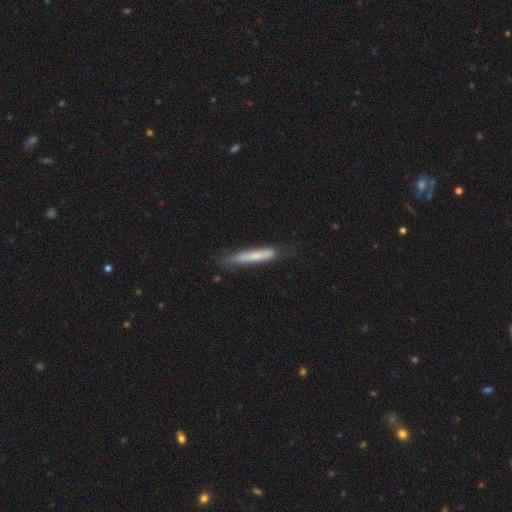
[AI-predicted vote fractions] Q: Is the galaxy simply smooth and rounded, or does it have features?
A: smooth — 67%.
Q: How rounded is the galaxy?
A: cigar-shaped — 93%.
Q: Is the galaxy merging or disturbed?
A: none — 67%.